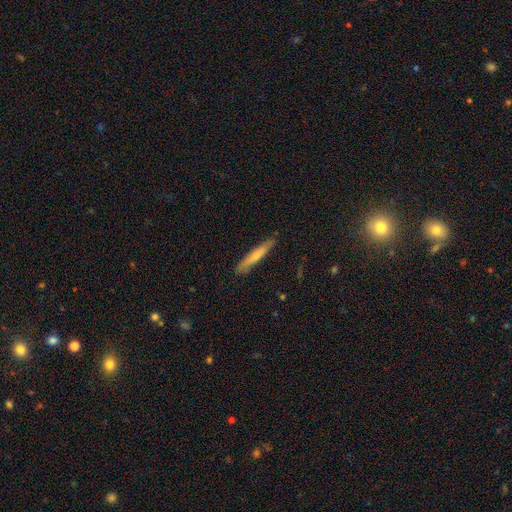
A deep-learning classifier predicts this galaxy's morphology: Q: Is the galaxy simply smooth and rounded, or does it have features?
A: smooth — 64%.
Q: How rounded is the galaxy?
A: cigar-shaped — 93%.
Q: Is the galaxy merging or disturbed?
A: none — 87%.